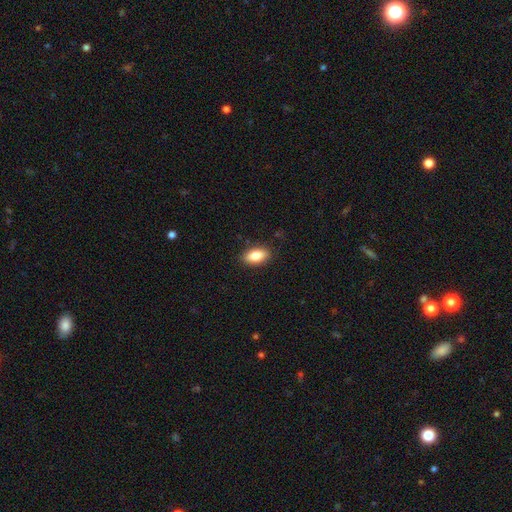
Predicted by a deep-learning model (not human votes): smooth-or-featured: smooth: 82% | featured or disk: 11% | star or artifact: 7%
  how-rounded: in between: 89% | cigar-shaped: 6% | round: 5%
  merging: none: 87% | minor disturbance: 9% | major disturbance: 2% | merger: 1%